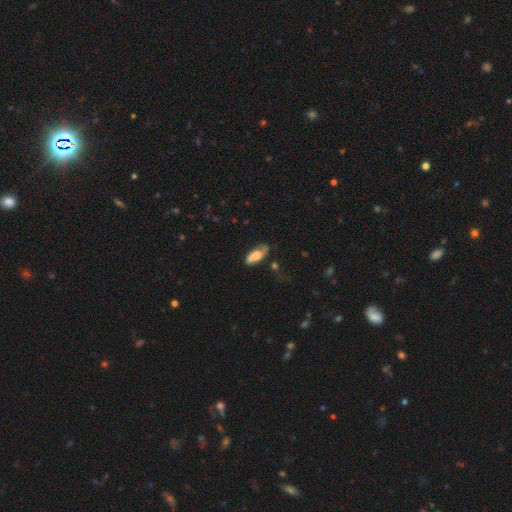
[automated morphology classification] This appears to be a smooth galaxy with no disk features (50%) that is in between round and cigar-shaped (82%). Merging: none (61%).